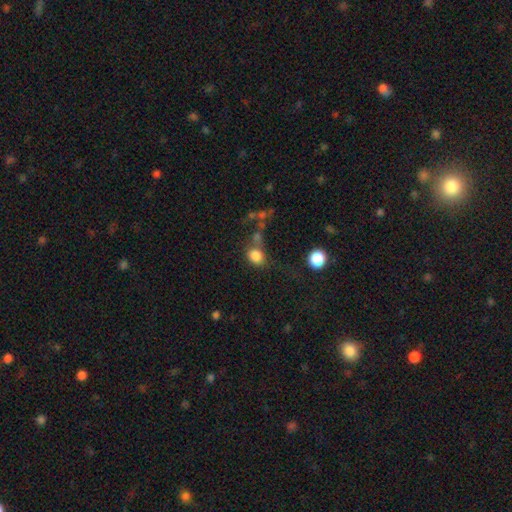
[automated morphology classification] Q: Smooth or featured?
A: smooth (81%); runner-up: star or artifact (12%)
Q: How rounded?
A: round (54%); runner-up: in between (45%)
Q: Merging?
A: none (47%); runner-up: merger (20%)